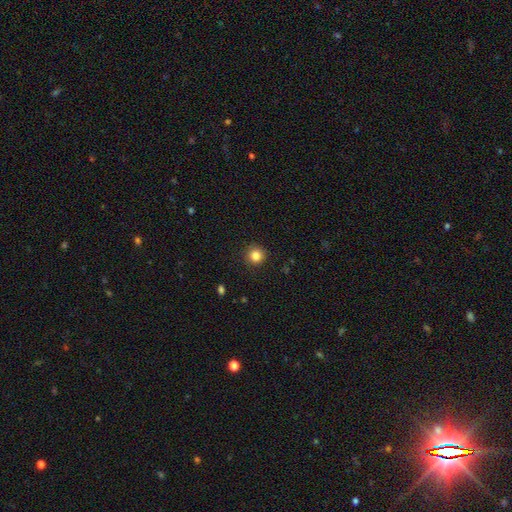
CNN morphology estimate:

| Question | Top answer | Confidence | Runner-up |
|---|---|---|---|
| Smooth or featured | smooth | 85% | star or artifact (11%) |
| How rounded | round | 93% | in between (6%) |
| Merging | none | 89% | minor disturbance (7%) |